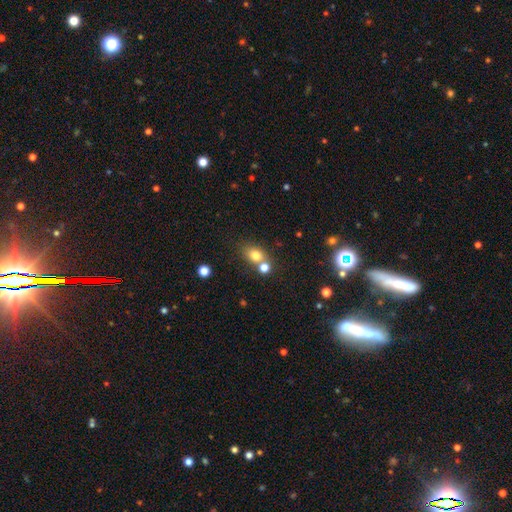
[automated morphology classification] Smooth or featured? Predicted: smooth (p=0.77). How rounded? Predicted: in between (p=0.55). Merging? Predicted: none (p=0.56).